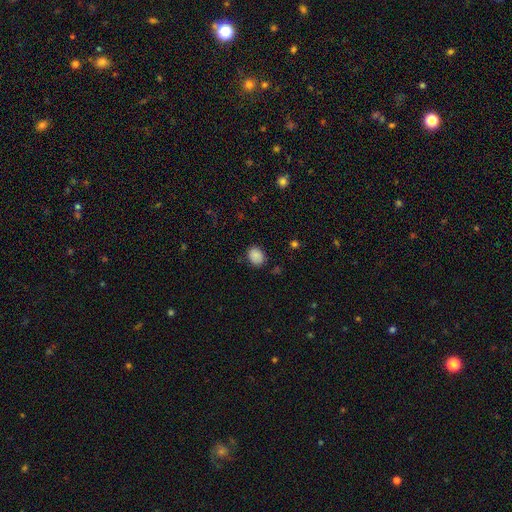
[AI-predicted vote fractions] Smooth or featured?
  - smooth: 86% *
  - star or artifact: 9%
  - featured or disk: 5%
How rounded?
  - in between: 58% *
  - round: 41%
  - cigar-shaped: 1%
Merging?
  - none: 79% *
  - minor disturbance: 16%
  - major disturbance: 3%
  - merger: 2%